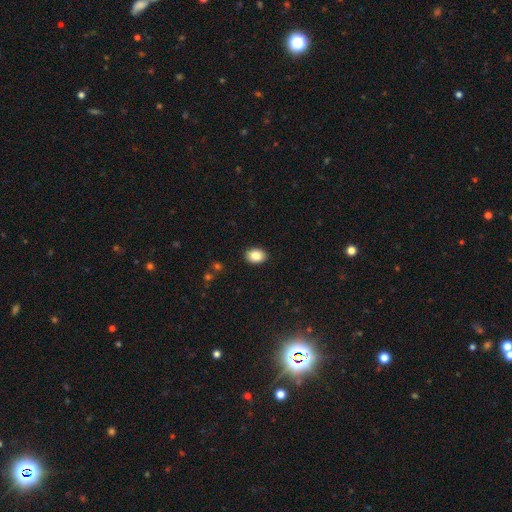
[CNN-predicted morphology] Smooth or featured: smooth — 87% (star or artifact — 8%)
How rounded: in between — 74% (round — 25%)
Merging: none — 90% (minor disturbance — 7%)